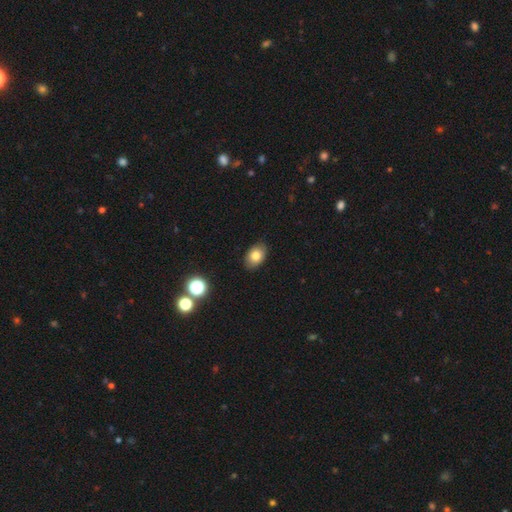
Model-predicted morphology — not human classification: This appears to be a smooth galaxy with no disk features (79%) that is in between round and cigar-shaped (82%). Merging: none (86%).